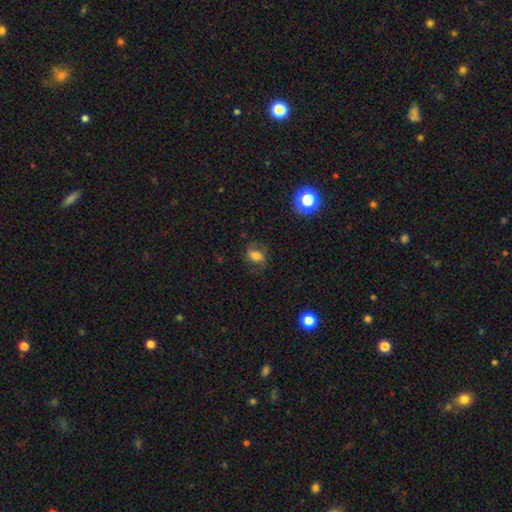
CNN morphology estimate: Overall: smooth (53%; featured or disk 34%). How rounded: in between (70%). Merging: none (69%).